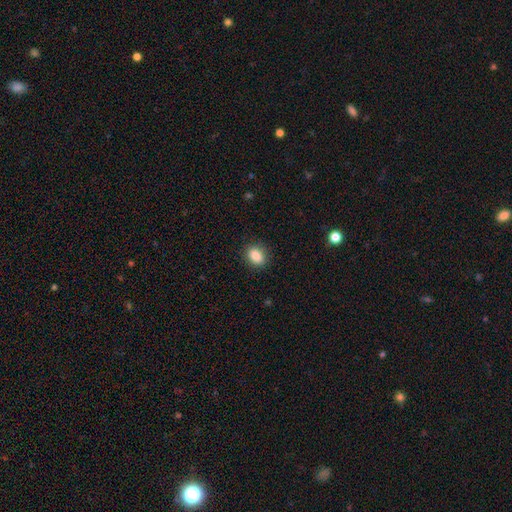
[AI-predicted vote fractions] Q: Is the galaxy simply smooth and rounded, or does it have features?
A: smooth — 86%.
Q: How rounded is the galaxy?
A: in between — 63%.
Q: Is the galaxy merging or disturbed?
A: none — 87%.